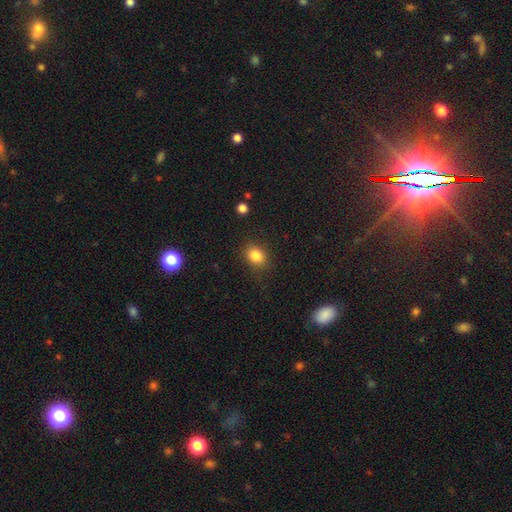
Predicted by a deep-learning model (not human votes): Smooth or featured?
  - smooth: 84% *
  - star or artifact: 11%
  - featured or disk: 5%
How rounded?
  - in between: 56% *
  - round: 43%
  - cigar-shaped: 1%
Merging?
  - none: 85% *
  - minor disturbance: 11%
  - major disturbance: 3%
  - merger: 1%